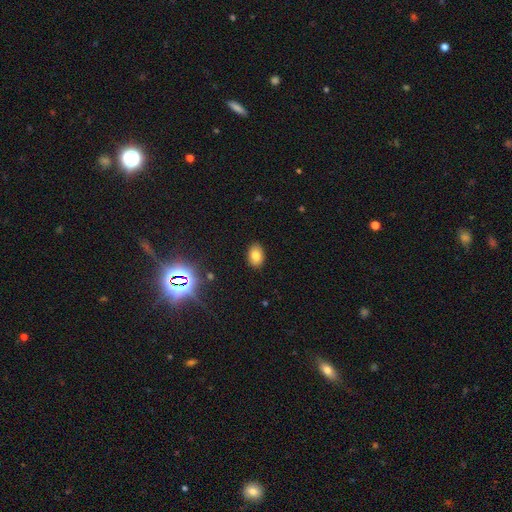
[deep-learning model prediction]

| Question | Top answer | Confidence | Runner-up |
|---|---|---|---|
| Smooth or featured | smooth | 79% | star or artifact (13%) |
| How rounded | in between | 82% | round (17%) |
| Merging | none | 89% | minor disturbance (8%) |